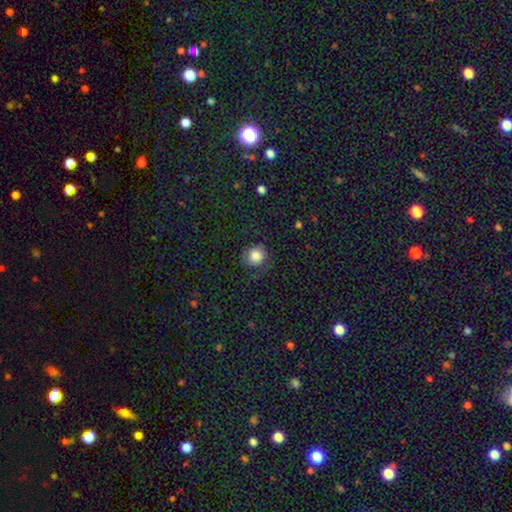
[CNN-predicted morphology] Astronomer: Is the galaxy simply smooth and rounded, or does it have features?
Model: smooth — 79%.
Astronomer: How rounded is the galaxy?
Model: round — 84%.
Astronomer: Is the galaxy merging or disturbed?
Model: none — 73%.